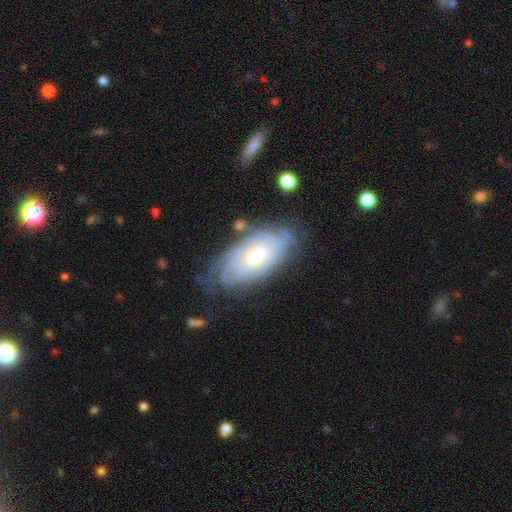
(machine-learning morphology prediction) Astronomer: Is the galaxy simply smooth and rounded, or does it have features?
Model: featured or disk — 68%.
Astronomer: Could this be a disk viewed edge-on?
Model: no — 91%.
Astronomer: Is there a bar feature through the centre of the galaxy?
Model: no — 69%.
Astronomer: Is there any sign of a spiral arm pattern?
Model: yes — 84%.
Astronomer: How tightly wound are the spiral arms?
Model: tight — 69%.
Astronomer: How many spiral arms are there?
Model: can't tell — 63%.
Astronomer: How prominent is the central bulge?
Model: moderate — 64%.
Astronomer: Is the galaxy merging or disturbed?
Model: none — 62%.